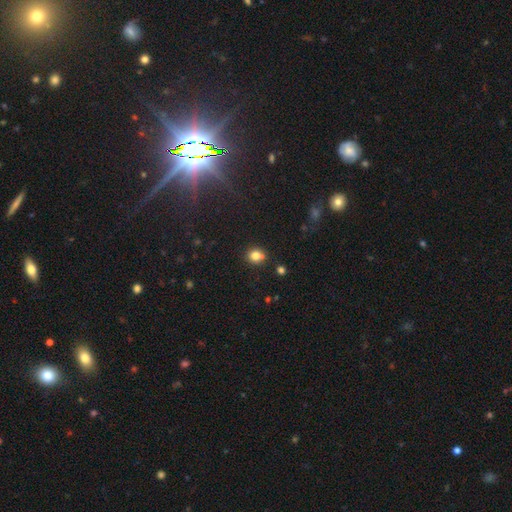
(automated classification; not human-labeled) Smooth or featured?
  - smooth: 79% *
  - star or artifact: 13%
  - featured or disk: 8%
How rounded?
  - round: 79% *
  - in between: 20%
  - cigar-shaped: 1%
Merging?
  - none: 70% *
  - merger: 16%
  - minor disturbance: 12%
  - major disturbance: 3%